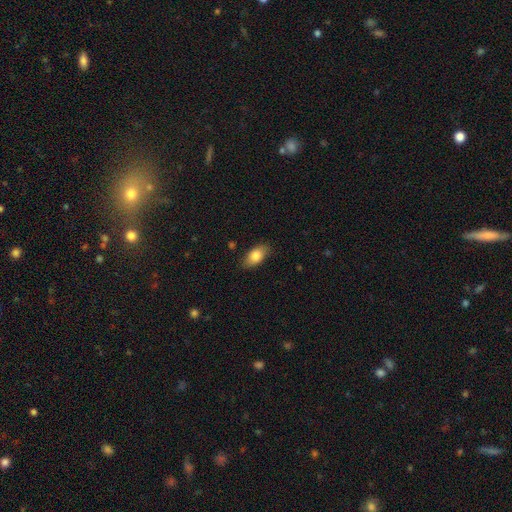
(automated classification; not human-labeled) A smooth galaxy with no disk features (82%) that is in between round and cigar-shaped (91%).

Vote fractions:
- Smooth or featured? smooth: 82% / featured or disk: 11% / star or artifact: 7%
- How rounded? in between: 91% / cigar-shaped: 4% / round: 4%
- Merging? none: 85% / minor disturbance: 12% / major disturbance: 2% / merger: 1%